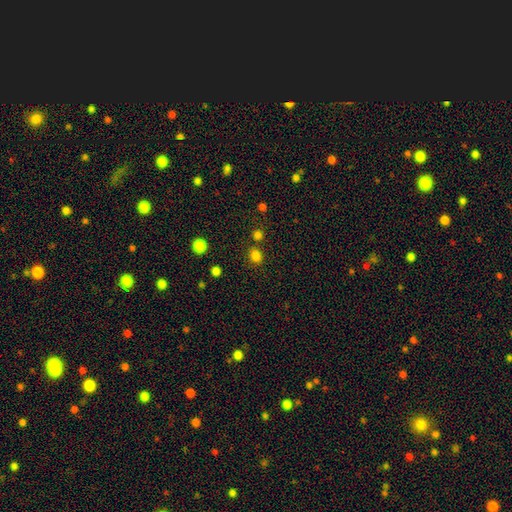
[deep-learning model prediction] Morphology: type=smooth (81%); roundness=round (63%); merging=none (77%).